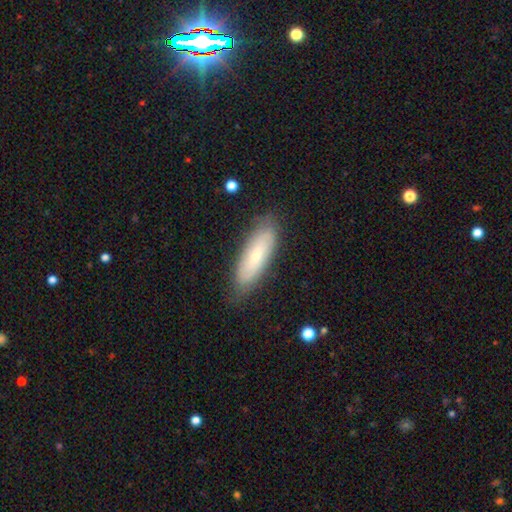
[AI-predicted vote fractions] Smooth or featured? Predicted: smooth (p=0.67). How rounded? Predicted: in between (p=0.55). Merging? Predicted: none (p=0.81).